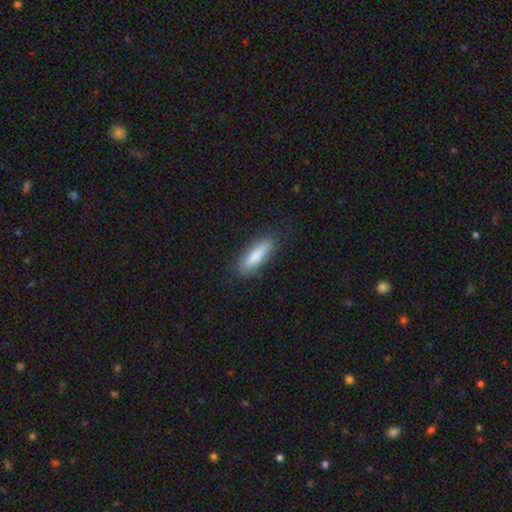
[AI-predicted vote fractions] The model was most divided on "how rounded": cigar-shaped: 69%, in between: 29%, round: 2%. More confident: merging — none (83%); smooth or featured — smooth (80%).